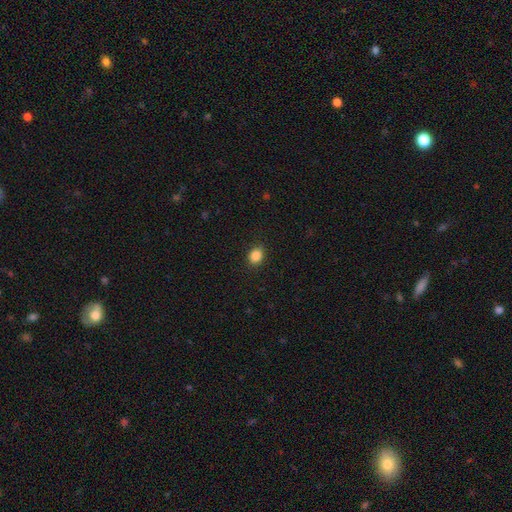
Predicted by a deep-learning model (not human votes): Overall: smooth (87%). How rounded: round (60%; in between 39%). Merging: none (87%).